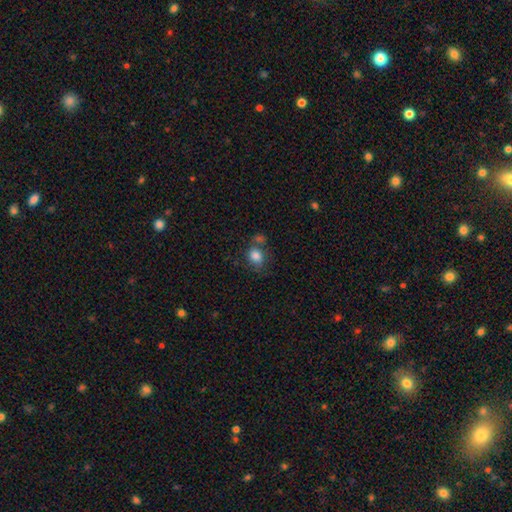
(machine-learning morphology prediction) type=smooth (82%); roundness=in between (51%); merging=none (50%).